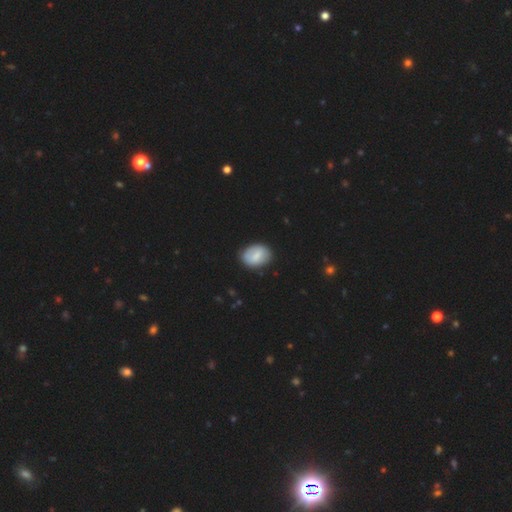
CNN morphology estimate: Q: Smooth or featured?
A: smooth (71%); runner-up: featured or disk (22%)
Q: How rounded?
A: in between (76%); runner-up: round (23%)
Q: Merging?
A: none (81%); runner-up: minor disturbance (14%)